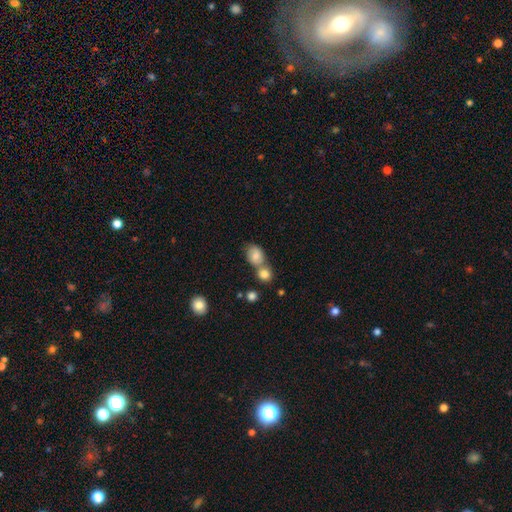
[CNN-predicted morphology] This is likely a smooth galaxy (75%). How rounded: possibly in between (60%). Merging: possibly merger (48%).